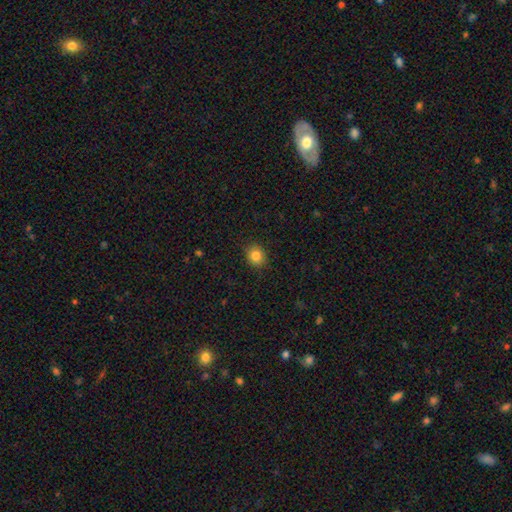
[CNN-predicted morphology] Smooth or featured?
  - smooth: 84% *
  - star or artifact: 11%
  - featured or disk: 6%
How rounded?
  - round: 69% *
  - in between: 30%
  - cigar-shaped: 1%
Merging?
  - none: 90% *
  - minor disturbance: 7%
  - major disturbance: 2%
  - merger: 1%